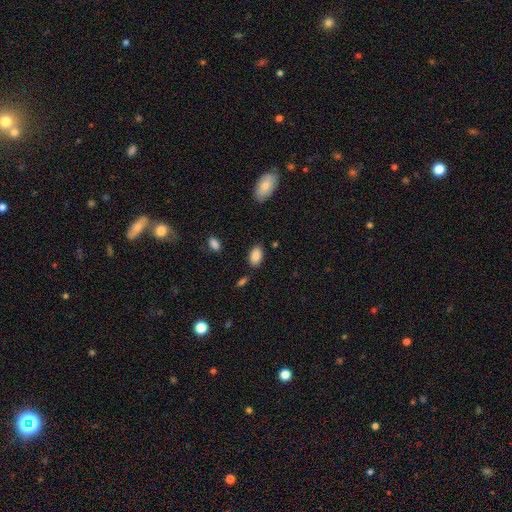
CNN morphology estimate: type=smooth (88%); roundness=in between (92%); merging=none (83%).